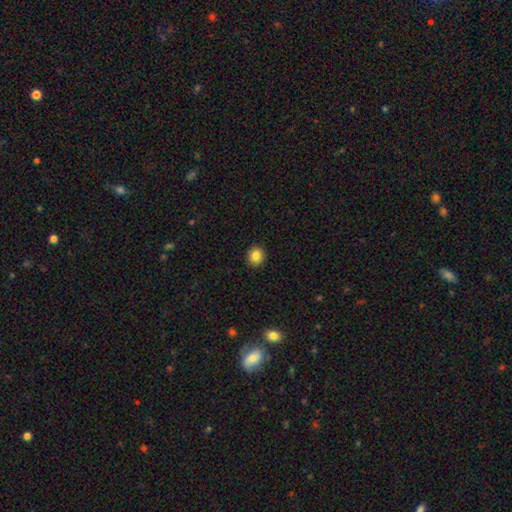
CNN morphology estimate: The model was most divided on "smooth or featured": smooth: 85%, star or artifact: 10%, featured or disk: 6%. More confident: merging — none (92%); how rounded — round (91%).